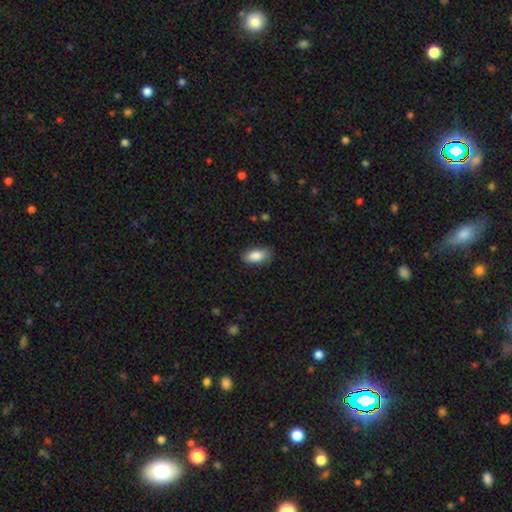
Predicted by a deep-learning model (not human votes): Morphology: type=smooth (86%); roundness=in between (91%); merging=none (78%).